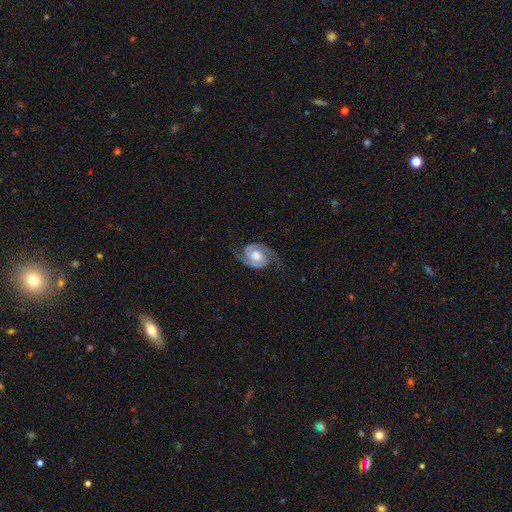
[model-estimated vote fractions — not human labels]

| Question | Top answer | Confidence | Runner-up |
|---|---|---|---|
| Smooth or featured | featured or disk | 90% | smooth (6%) |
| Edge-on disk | no | 98% | yes (2%) |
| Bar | no | 60% | weak (32%) |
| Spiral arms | yes | 98% | no (2%) |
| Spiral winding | medium | 50% | tight (33%) |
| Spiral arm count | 2 | 94% | can't tell (2%) |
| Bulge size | moderate | 60% | large (26%) |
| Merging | none | 77% | minor disturbance (16%) |